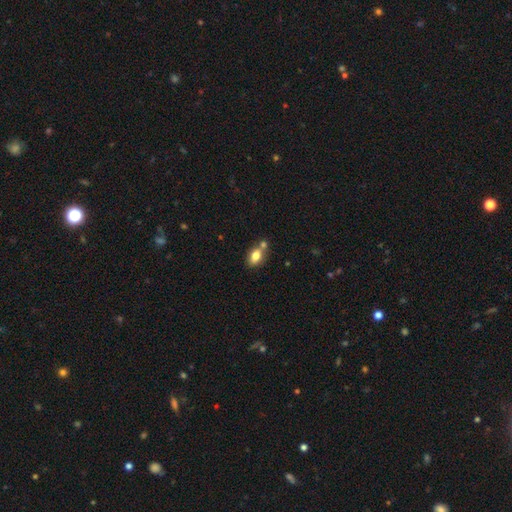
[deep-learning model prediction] Smooth or featured?
  - smooth: 79% *
  - featured or disk: 12%
  - star or artifact: 9%
How rounded?
  - in between: 81% *
  - round: 17%
  - cigar-shaped: 2%
Merging?
  - none: 55% *
  - merger: 29%
  - minor disturbance: 13%
  - major disturbance: 3%